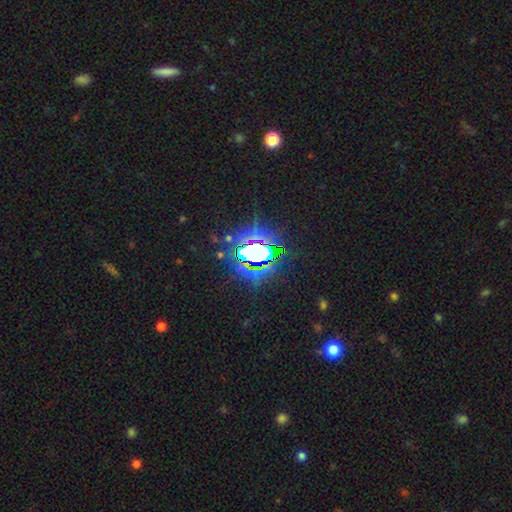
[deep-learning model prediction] star or artifact 76%, smooth 13%, featured or disk 11%.